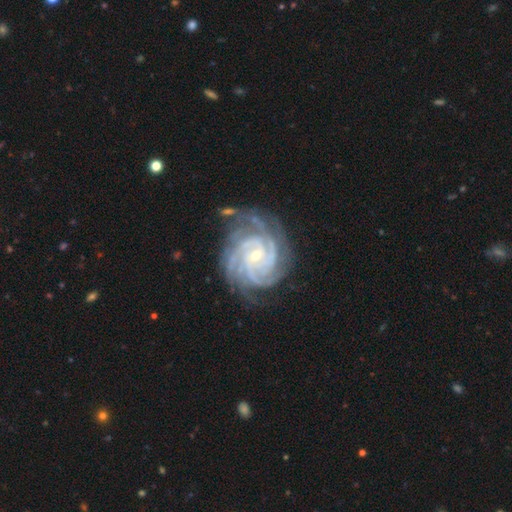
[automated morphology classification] Smooth or featured: featured or disk — 92% (star or artifact — 5%)
Edge-on disk: no — 98% (yes — 2%)
Bar: no — 56% (weak — 31%)
Spiral arms: yes — 99% (no — 1%)
Spiral winding: tight — 77% (medium — 20%)
Spiral arm count: 4 — 40% (more than 4 — 20%)
Bulge size: small — 72% (moderate — 25%)
Merging: none — 74% (minor disturbance — 18%)